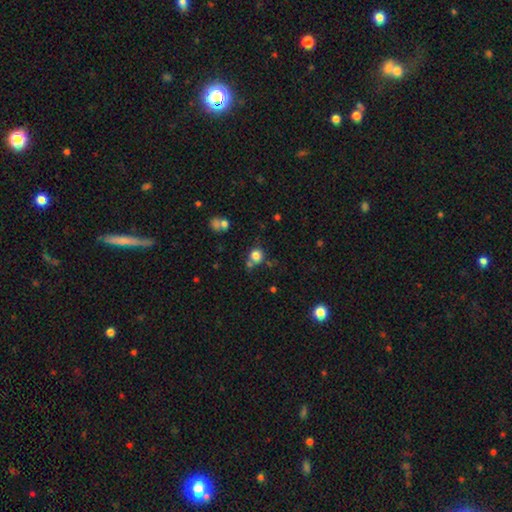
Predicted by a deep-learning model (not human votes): smooth_or_featured: smooth (p=0.80) [alt: star or artifact p=0.13]
how_rounded: round (p=0.87) [alt: in between p=0.12]
merging: none (p=0.64) [alt: merger p=0.19]